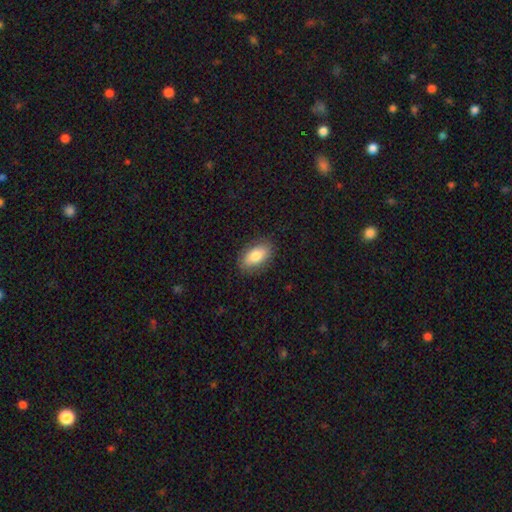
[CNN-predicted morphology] The model was most divided on "smooth or featured": smooth: 80%, featured or disk: 13%, star or artifact: 7%. More confident: how rounded — in between (91%); merging — none (85%).